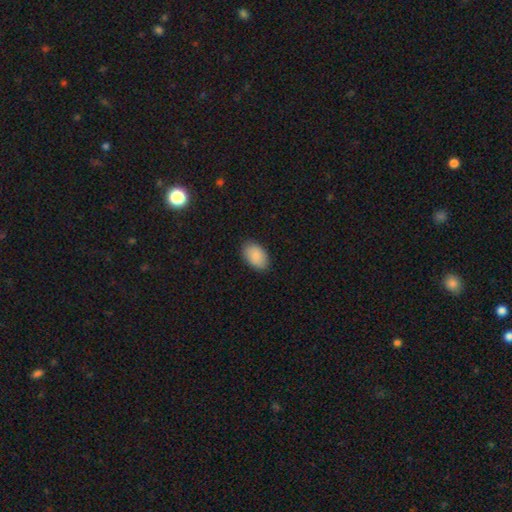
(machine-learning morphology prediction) type=smooth (88%); roundness=in between (91%); merging=none (86%).